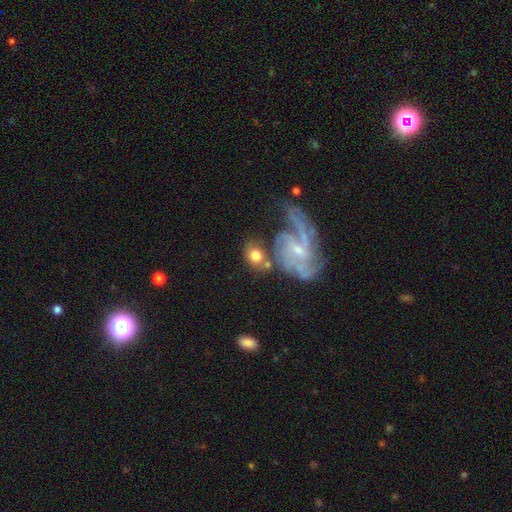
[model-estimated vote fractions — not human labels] This is likely a smooth galaxy (62%). How rounded: possibly round (54%). Merging: possibly none (58%).